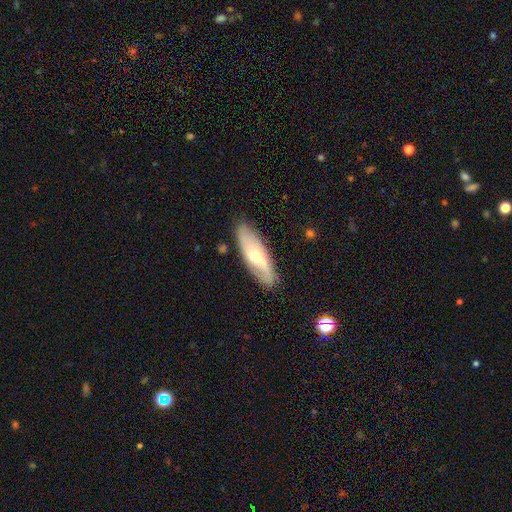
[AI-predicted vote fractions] The model was most divided on "smooth or featured": featured or disk: 52%, smooth: 42%, star or artifact: 6%. More confident: merging — none (84%); edge-on disk — no (74%).